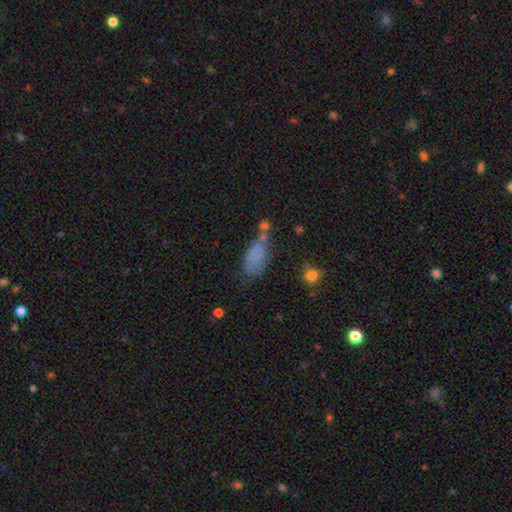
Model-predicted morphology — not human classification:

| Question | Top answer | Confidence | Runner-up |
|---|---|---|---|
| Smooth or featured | smooth | 69% | featured or disk (17%) |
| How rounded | in between | 82% | cigar-shaped (13%) |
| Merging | none | 44% | minor disturbance (26%) |